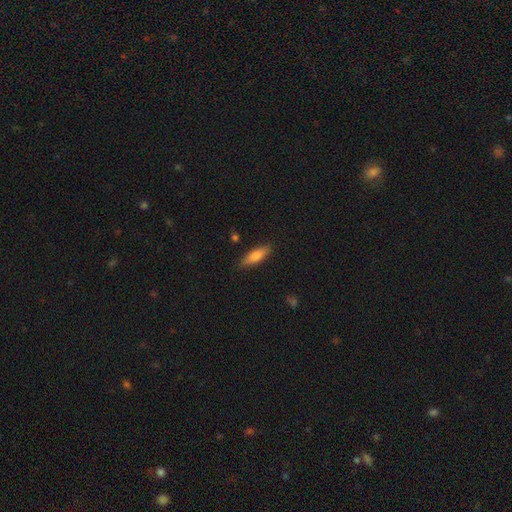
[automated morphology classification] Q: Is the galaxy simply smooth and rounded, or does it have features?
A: smooth — 77%.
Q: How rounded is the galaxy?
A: in between — 53%.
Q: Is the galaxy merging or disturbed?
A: none — 84%.